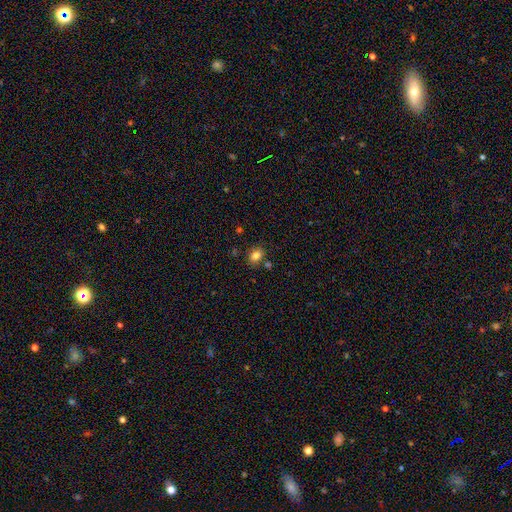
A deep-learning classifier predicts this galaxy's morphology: Smooth or featured?
  - smooth: 82% *
  - star or artifact: 11%
  - featured or disk: 7%
How rounded?
  - in between: 57% *
  - round: 42%
  - cigar-shaped: 1%
Merging?
  - none: 77% *
  - minor disturbance: 12%
  - merger: 7%
  - major disturbance: 3%